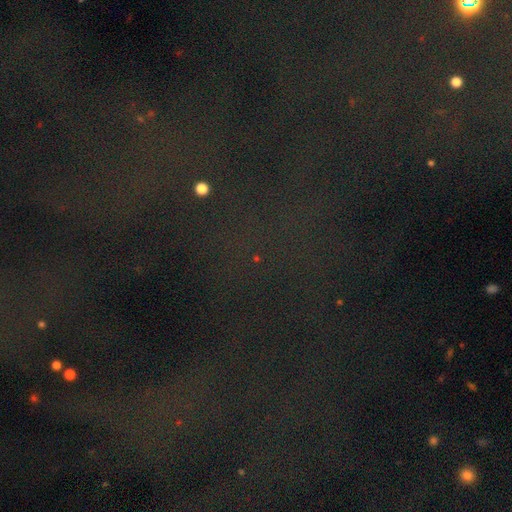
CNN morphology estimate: Overall: star or artifact (77%).